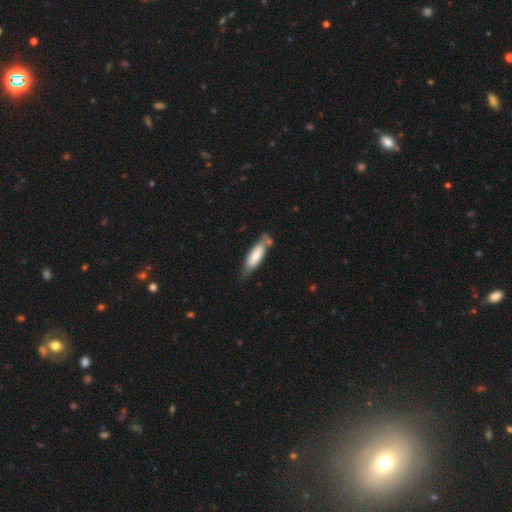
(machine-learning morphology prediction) Smooth or featured? Predicted: smooth (p=0.73). How rounded? Predicted: cigar-shaped (p=0.56). Merging? Predicted: none (p=0.62).